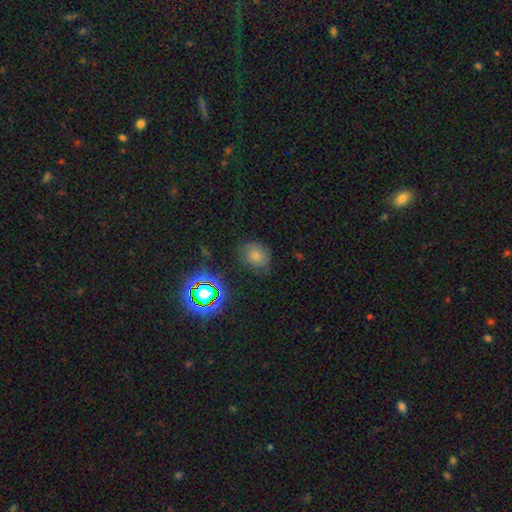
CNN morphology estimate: smooth 67%, star or artifact 20%, featured or disk 13%. Down the decision tree: how rounded — round (52%); merging — none (69%).